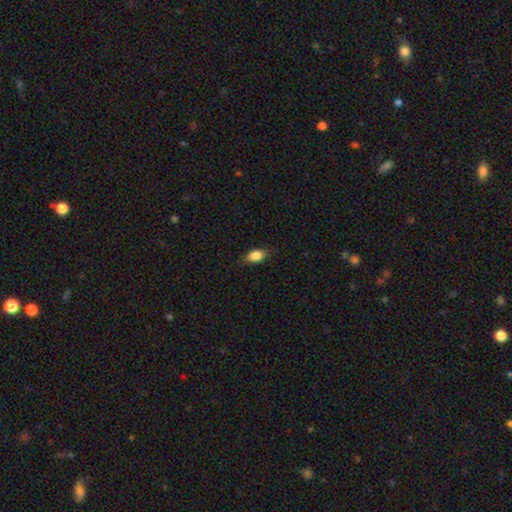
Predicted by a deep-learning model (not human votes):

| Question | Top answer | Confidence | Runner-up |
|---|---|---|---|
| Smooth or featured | smooth | 84% | star or artifact (8%) |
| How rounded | in between | 84% | round (11%) |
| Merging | none | 79% | minor disturbance (17%) |